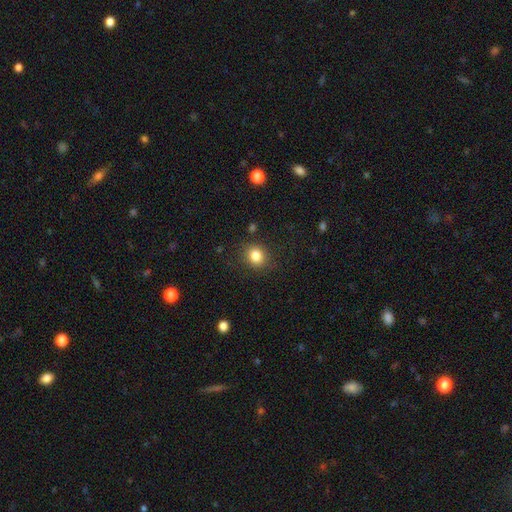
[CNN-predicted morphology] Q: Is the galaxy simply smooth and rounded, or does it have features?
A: smooth — 83%.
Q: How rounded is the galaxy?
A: round — 73%.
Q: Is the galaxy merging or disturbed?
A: none — 85%.